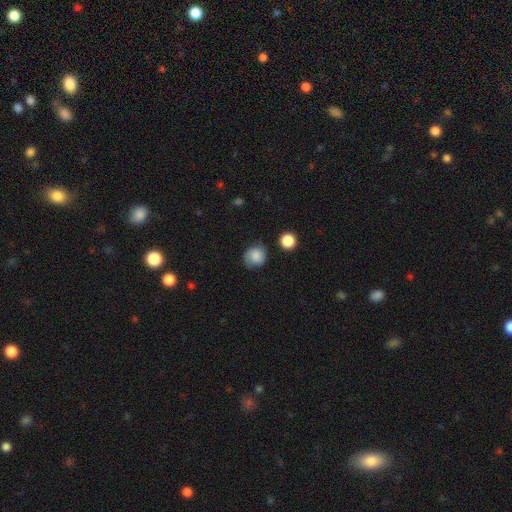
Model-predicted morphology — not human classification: smooth 78%, featured or disk 12%, star or artifact 10%. Down the decision tree: how rounded — round (82%); merging — none (74%).